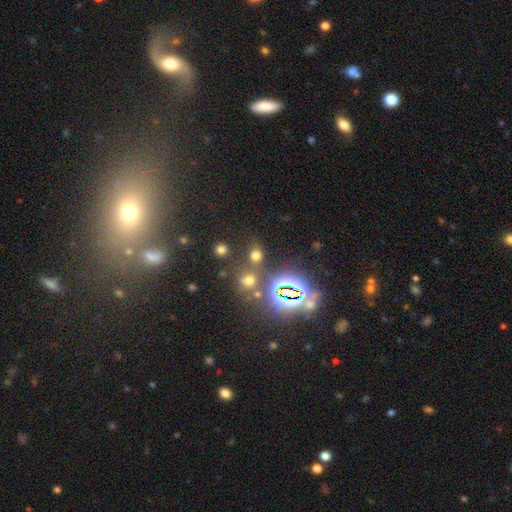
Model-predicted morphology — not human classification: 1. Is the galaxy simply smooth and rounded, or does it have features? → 58% smooth, 35% star or artifact, 7% featured or disk.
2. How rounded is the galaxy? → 68% round, 30% in between, 2% cigar-shaped.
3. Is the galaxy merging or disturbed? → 70% none, 14% merger, 10% minor disturbance, 6% major disturbance.